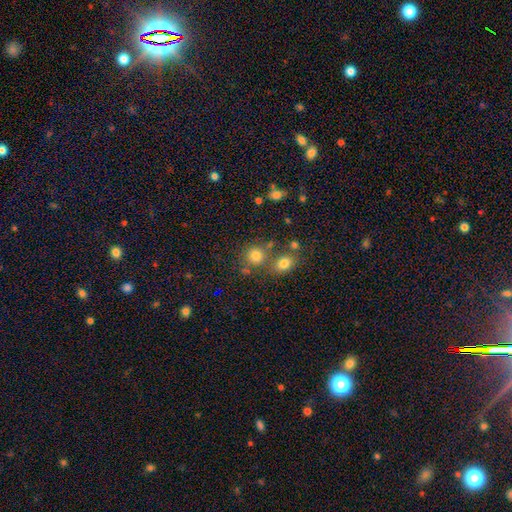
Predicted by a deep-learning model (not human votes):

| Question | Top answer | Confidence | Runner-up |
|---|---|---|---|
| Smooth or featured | smooth | 77% | star or artifact (15%) |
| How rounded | round | 81% | in between (18%) |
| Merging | none | 61% | merger (24%) |